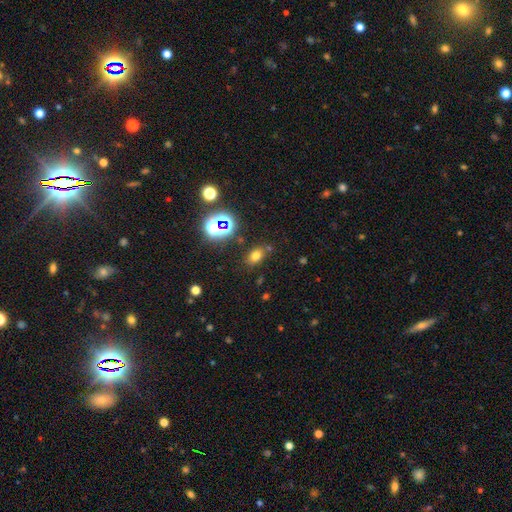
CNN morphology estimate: Smooth or featured: smooth — 68% (star or artifact — 23%)
How rounded: in between — 74% (round — 24%)
Merging: none — 78% (minor disturbance — 12%)